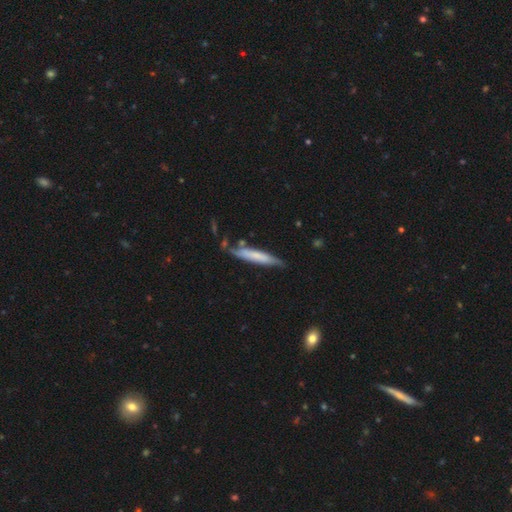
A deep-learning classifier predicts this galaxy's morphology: Smooth or featured: smooth — 60% (featured or disk — 35%)
How rounded: cigar-shaped — 92% (in between — 7%)
Merging: none — 67% (minor disturbance — 21%)